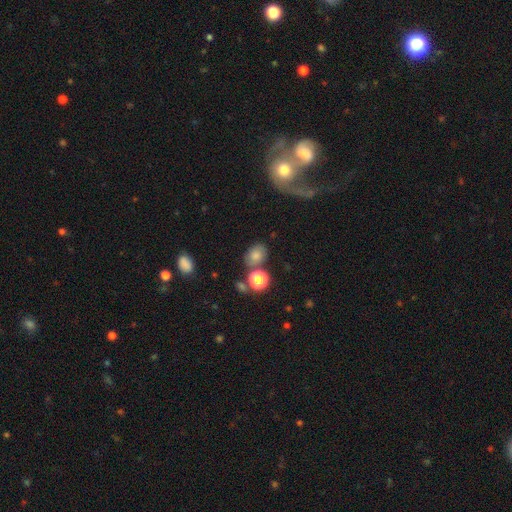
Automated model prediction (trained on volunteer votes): The model was most divided on "how rounded": in between: 54%, round: 45%, cigar-shaped: 1%. More confident: smooth or featured — smooth (74%); merging — none (67%).